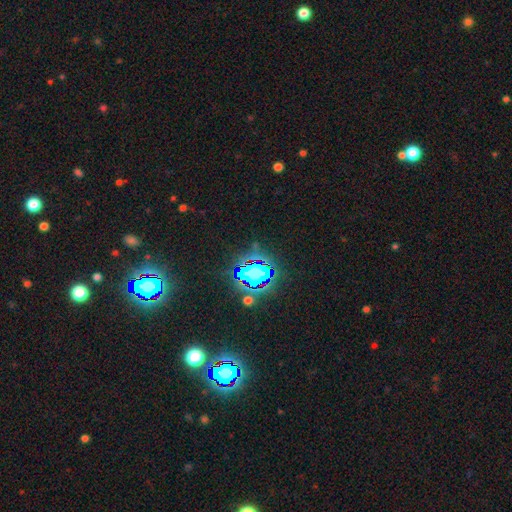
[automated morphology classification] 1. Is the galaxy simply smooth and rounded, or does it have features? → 81% star or artifact, 11% smooth, 8% featured or disk.